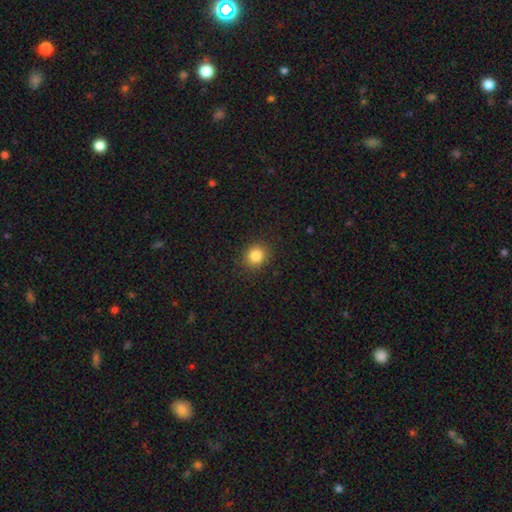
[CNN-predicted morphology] Smooth or featured? smooth (84%)
How rounded? round (83%)
Merging? none (89%)